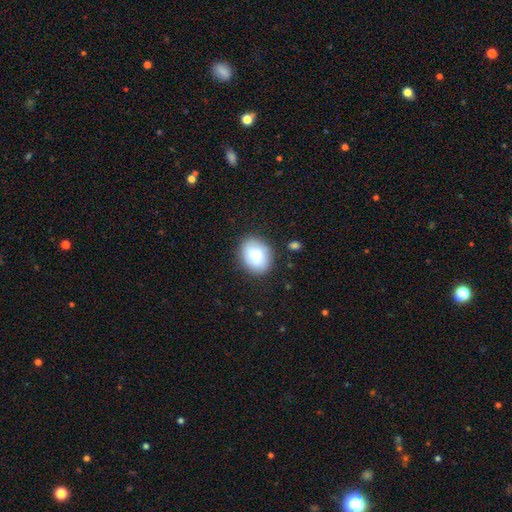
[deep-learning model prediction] The model was most divided on "how rounded": in between: 57%, round: 42%, cigar-shaped: 1%. More confident: merging — none (82%); smooth or featured — smooth (81%).